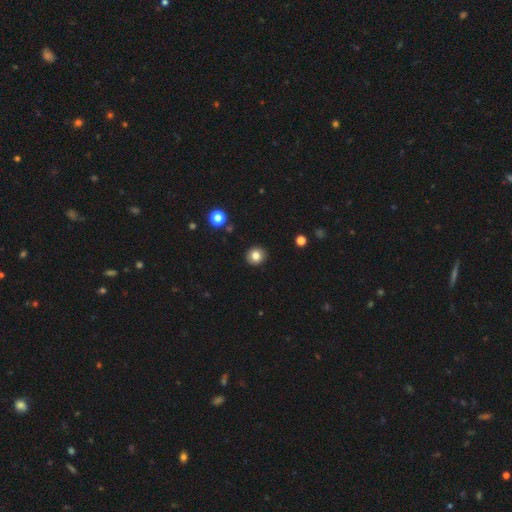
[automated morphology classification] Smooth or featured? smooth (82%)
How rounded? round (89%)
Merging? none (92%)